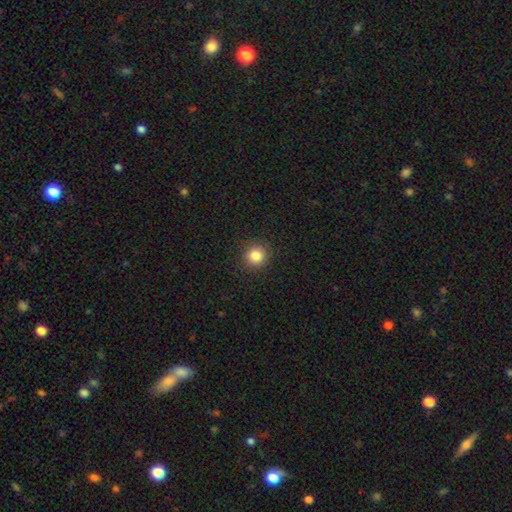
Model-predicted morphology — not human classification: smooth-or-featured: smooth: 84% | star or artifact: 11% | featured or disk: 5%
  how-rounded: round: 93% | in between: 6% | cigar-shaped: 1%
  merging: none: 92% | minor disturbance: 5% | major disturbance: 2% | merger: 1%